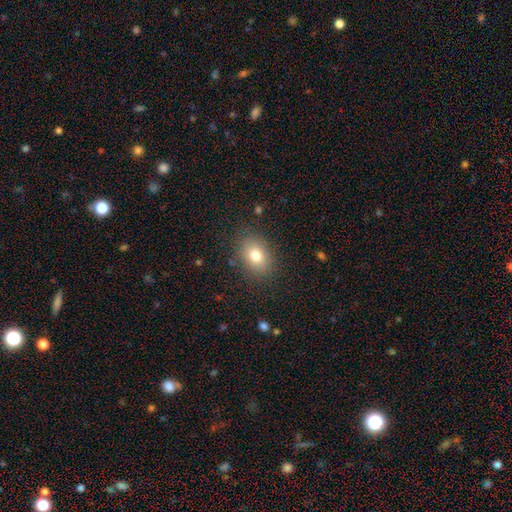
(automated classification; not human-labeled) This appears to be a smooth galaxy with no disk features (79%) that is in between round and cigar-shaped (70%). Merging: none (84%).